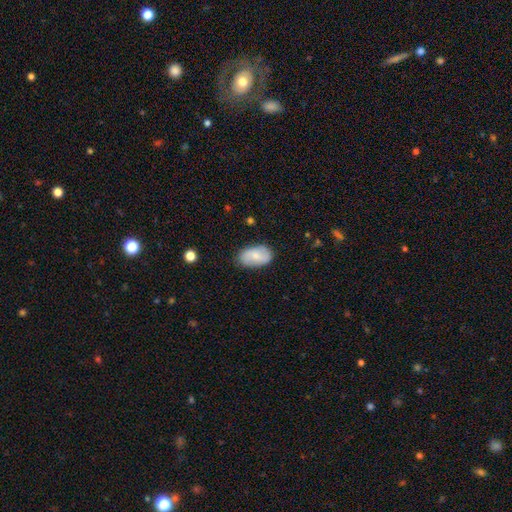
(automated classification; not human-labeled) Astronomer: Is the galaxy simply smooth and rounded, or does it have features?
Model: smooth — 66%.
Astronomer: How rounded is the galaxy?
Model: in between — 92%.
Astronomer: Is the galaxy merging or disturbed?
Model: none — 78%.